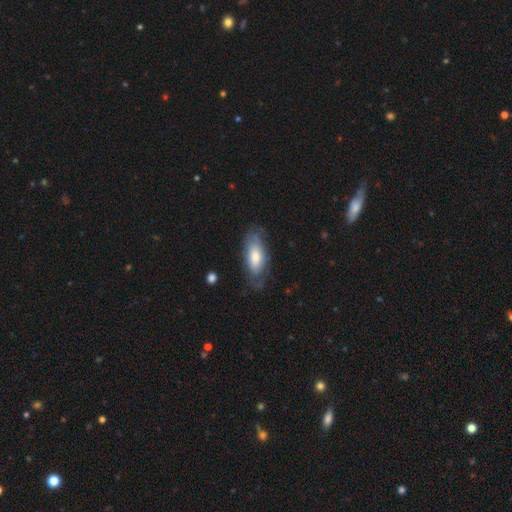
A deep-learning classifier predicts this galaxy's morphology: A smooth galaxy with no disk features (61%) that is in between round and cigar-shaped (79%).

Vote fractions:
- Smooth or featured? smooth: 61% / featured or disk: 33% / star or artifact: 6%
- How rounded? in between: 79% / cigar-shaped: 18% / round: 2%
- Merging? none: 65% / minor disturbance: 24% / major disturbance: 9% / merger: 1%